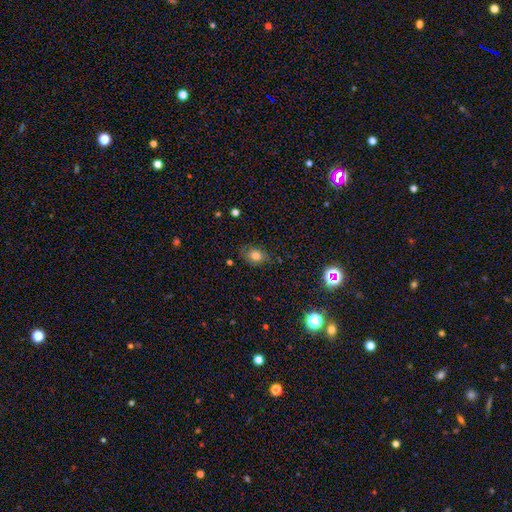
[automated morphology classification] This is likely a smooth galaxy (75%). How rounded: likely in between (65%). Merging: likely none (72%).